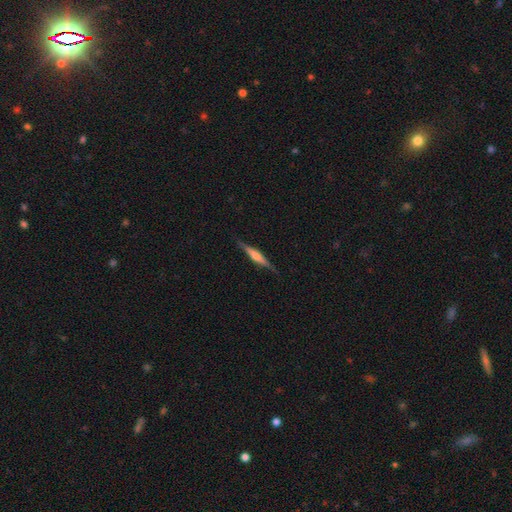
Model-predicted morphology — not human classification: Smooth or featured?
  - featured or disk: 63% *
  - smooth: 31%
  - star or artifact: 6%
Edge-on disk?
  - yes: 97% *
  - no: 3%
Edge-on bulge?
  - rounded: 65% *
  - boxy: 23%
  - none: 13%
Merging?
  - none: 85% *
  - minor disturbance: 12%
  - major disturbance: 2%
  - merger: 1%